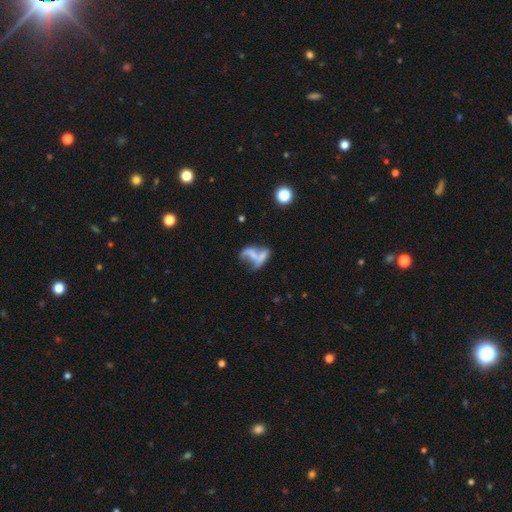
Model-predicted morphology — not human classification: Smooth or featured?
  - featured or disk: 58% *
  - smooth: 30%
  - star or artifact: 12%
Edge-on disk?
  - no: 94% *
  - yes: 6%
Bar?
  - no: 63% *
  - weak: 19%
  - strong: 18%
Spiral arms?
  - no: 55% *
  - yes: 45%
Bulge size?
  - none: 70% *
  - small: 18%
  - moderate: 8%
  - large: 3%
  - dominant: 2%
Merging?
  - merger: 35% *
  - none: 28%
  - major disturbance: 23%
  - minor disturbance: 13%